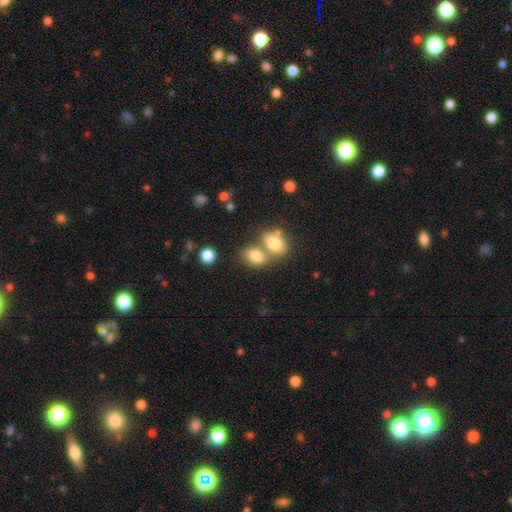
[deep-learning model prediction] Smooth or featured? Predicted: smooth (p=0.80). How rounded? Predicted: in between (p=0.78). Merging? Predicted: merger (p=0.54).